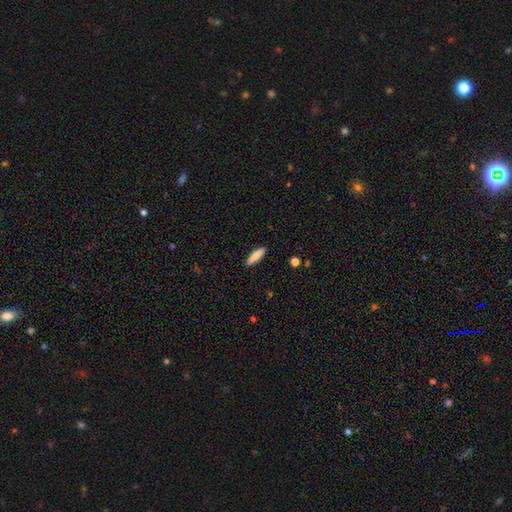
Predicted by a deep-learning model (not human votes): A smooth galaxy with no disk features (82%) that is cigar-shaped (78%). Merging: none (90%).